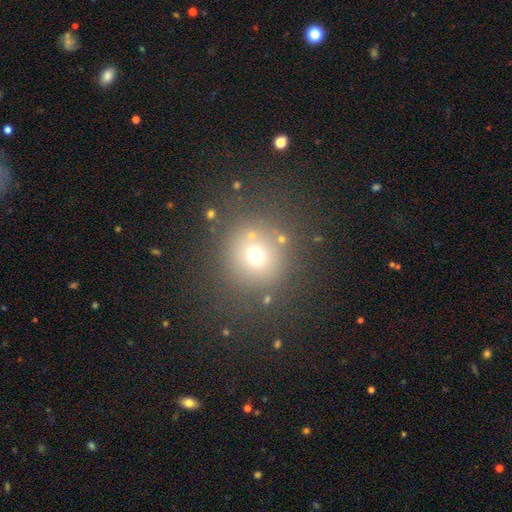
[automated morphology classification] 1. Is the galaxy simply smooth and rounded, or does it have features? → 64% smooth, 23% star or artifact, 13% featured or disk.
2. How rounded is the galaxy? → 90% round, 9% in between, 1% cigar-shaped.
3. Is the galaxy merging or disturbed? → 79% none, 10% minor disturbance, 6% merger, 5% major disturbance.